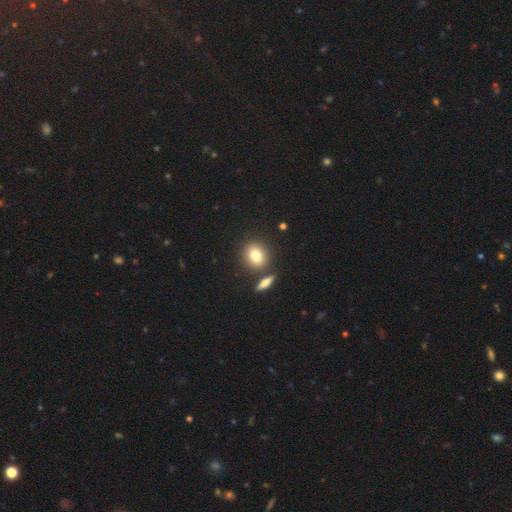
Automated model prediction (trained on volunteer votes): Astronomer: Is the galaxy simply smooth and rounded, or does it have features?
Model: smooth — 81%.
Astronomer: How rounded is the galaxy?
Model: round — 54% (runner-up: in between, 44%).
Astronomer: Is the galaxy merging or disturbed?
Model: none — 75%.